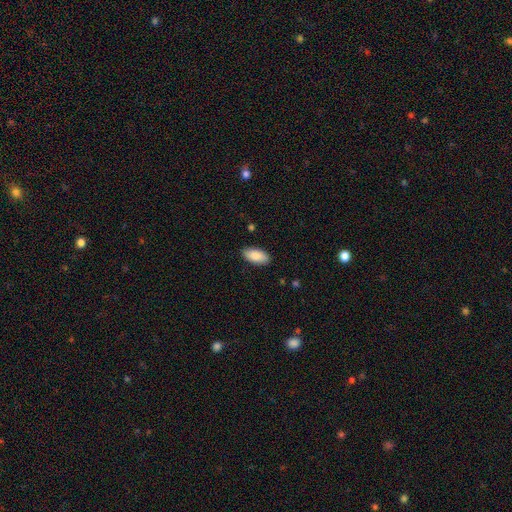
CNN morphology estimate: The model was most divided on "merging": none: 88%, minor disturbance: 9%, major disturbance: 2%, merger: 1%. More confident: how rounded — in between (91%); smooth or featured — smooth (87%).